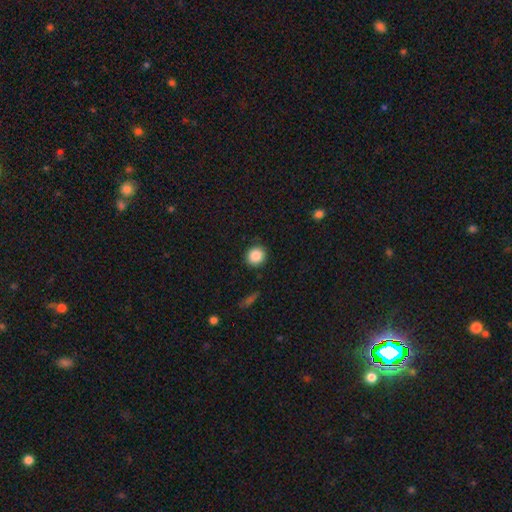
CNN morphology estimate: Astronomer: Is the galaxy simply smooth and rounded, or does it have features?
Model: smooth — 87%.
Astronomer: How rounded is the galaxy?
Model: round — 89%.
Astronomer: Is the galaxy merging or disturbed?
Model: none — 89%.